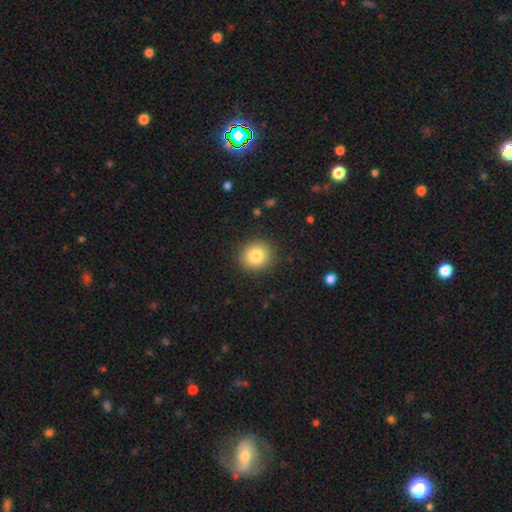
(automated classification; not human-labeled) Morphology: type=smooth (83%); roundness=round (82%); merging=none (89%).